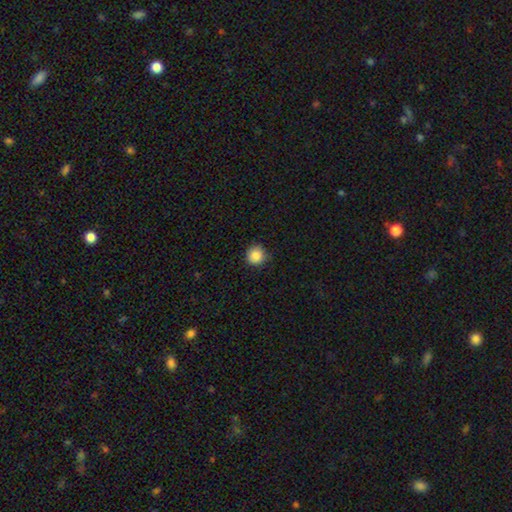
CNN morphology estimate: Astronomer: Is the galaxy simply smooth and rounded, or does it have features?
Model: smooth — 87%.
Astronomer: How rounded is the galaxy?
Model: round — 94%.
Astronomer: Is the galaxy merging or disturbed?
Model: none — 86%.